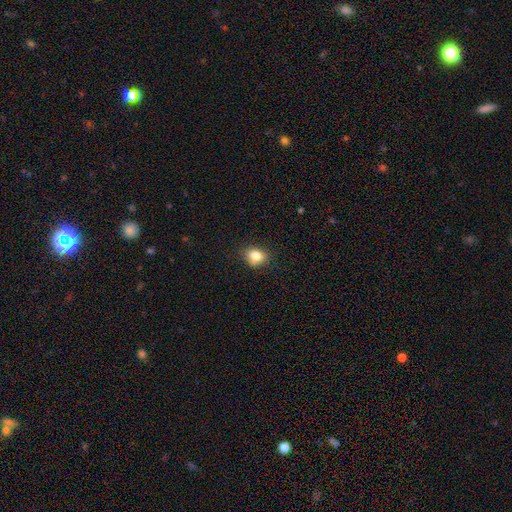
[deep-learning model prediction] smooth_or_featured: smooth (p=0.82) [alt: star or artifact p=0.10]
how_rounded: in between (p=0.53) [alt: round p=0.46]
merging: none (p=0.74) [alt: minor disturbance p=0.18]